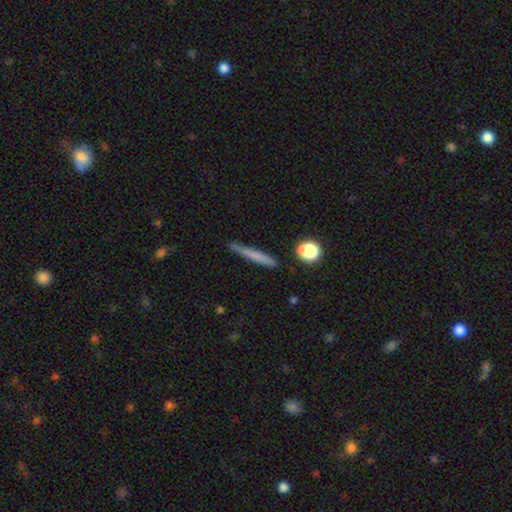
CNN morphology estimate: This appears to be a smooth galaxy with no disk features (66%) that is cigar-shaped (94%). Merging: none (79%).